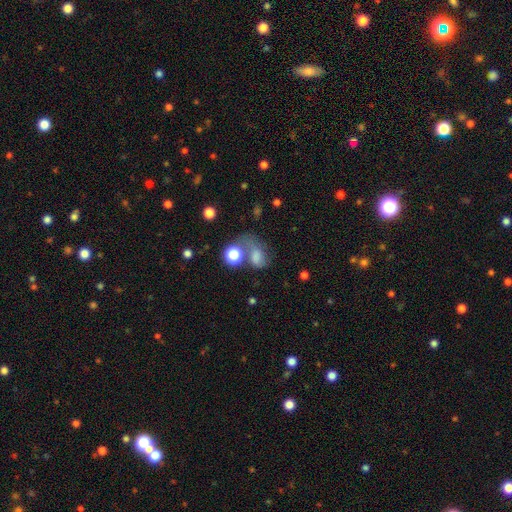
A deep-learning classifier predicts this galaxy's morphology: The model was most divided on "merging": none: 32%, major disturbance: 28%, merger: 21%, minor disturbance: 20%. More confident: how rounded — in between (68%); smooth or featured — smooth (59%).